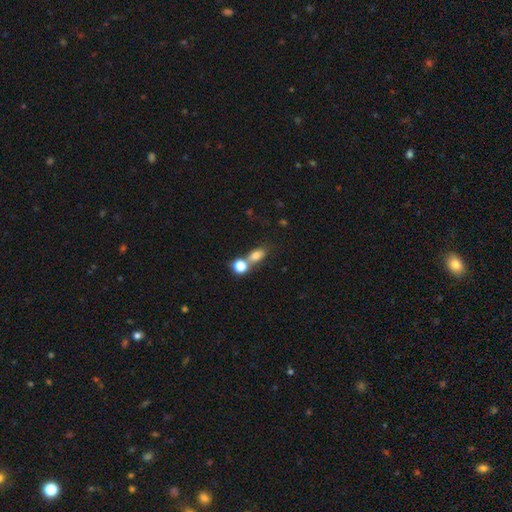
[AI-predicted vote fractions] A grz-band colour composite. It shows a smooth galaxy with no disk features (77%) that is in between round and cigar-shaped (69%). Merging: none (44%).